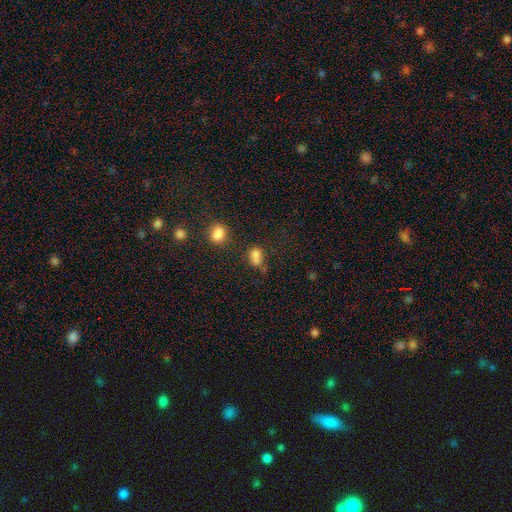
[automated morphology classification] Smooth or featured: smooth — 75% (star or artifact — 15%)
How rounded: in between — 63% (round — 34%)
Merging: none — 38% (merger — 32%)